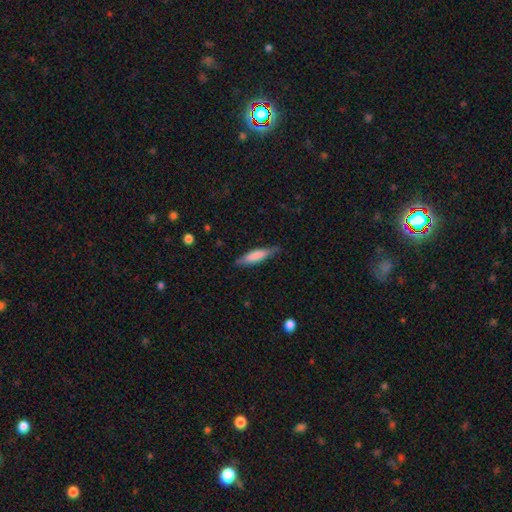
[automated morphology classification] Overall: smooth (74%). How rounded: cigar-shaped (76%). Merging: none (78%).